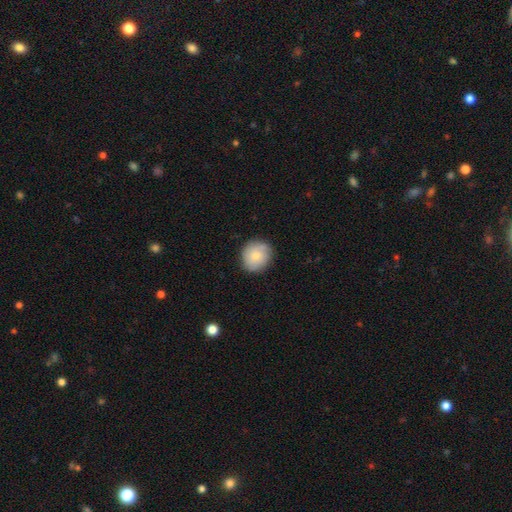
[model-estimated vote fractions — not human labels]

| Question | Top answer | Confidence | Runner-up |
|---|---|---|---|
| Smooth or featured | smooth | 73% | featured or disk (20%) |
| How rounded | round | 82% | in between (17%) |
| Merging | none | 82% | minor disturbance (14%) |